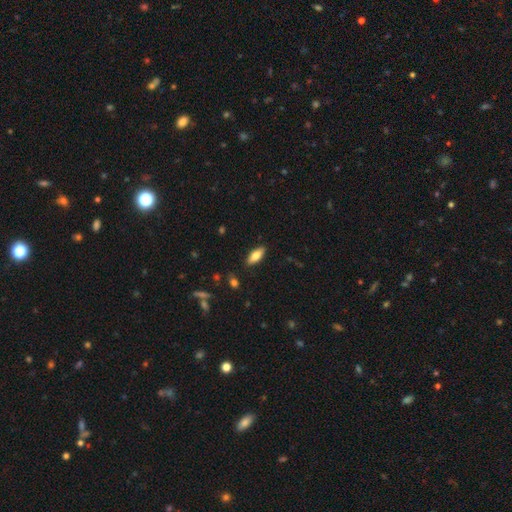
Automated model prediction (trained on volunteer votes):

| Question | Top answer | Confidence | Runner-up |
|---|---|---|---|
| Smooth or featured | smooth | 76% | featured or disk (17%) |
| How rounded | in between | 74% | cigar-shaped (24%) |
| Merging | none | 87% | minor disturbance (9%) |